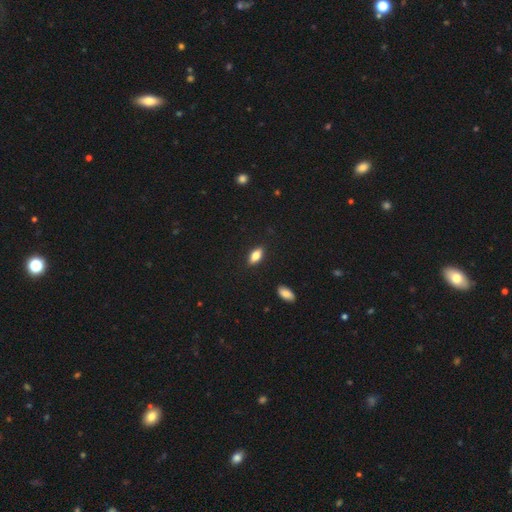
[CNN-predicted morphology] smooth-or-featured: smooth: 76% | featured or disk: 16% | star or artifact: 8%
  how-rounded: in between: 85% | cigar-shaped: 10% | round: 4%
  merging: none: 88% | minor disturbance: 9% | major disturbance: 2% | merger: 1%